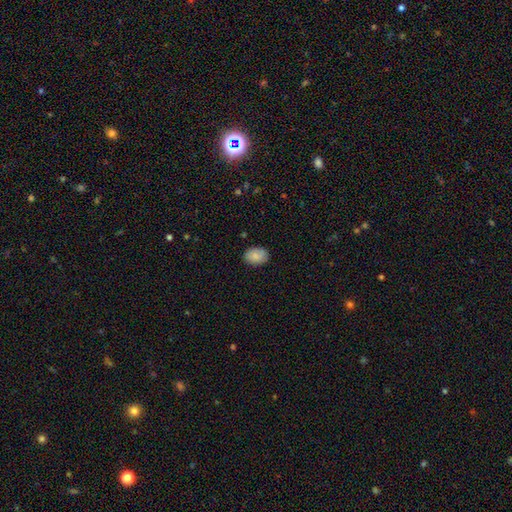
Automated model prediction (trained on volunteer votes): This is clearly a smooth galaxy (86%). How rounded: likely in between (77%). Merging: clearly none (86%).